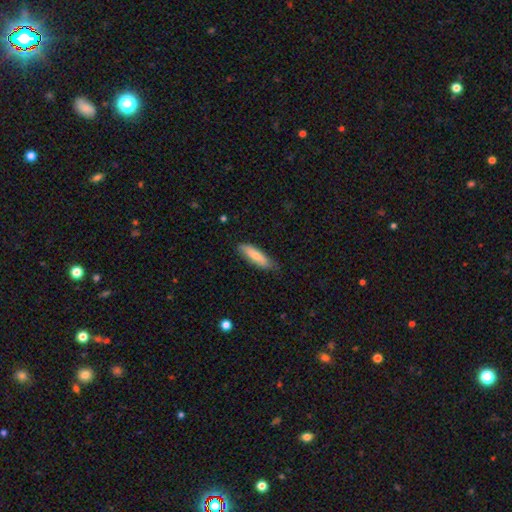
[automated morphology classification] Smooth or featured? Predicted: smooth (p=0.76). How rounded? Predicted: cigar-shaped (p=0.60). Merging? Predicted: none (p=0.77).